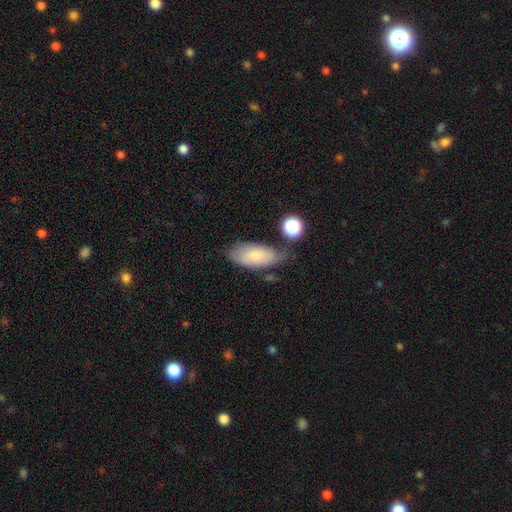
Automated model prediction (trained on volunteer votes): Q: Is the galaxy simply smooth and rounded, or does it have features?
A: smooth — 74%.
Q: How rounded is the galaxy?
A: in between — 89%.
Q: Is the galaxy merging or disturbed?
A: none — 53%.